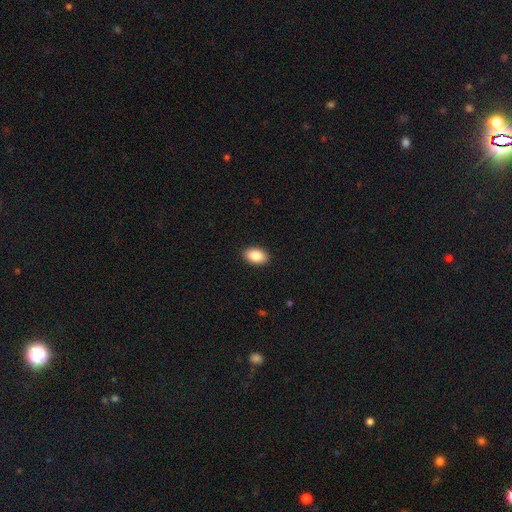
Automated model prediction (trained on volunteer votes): This appears to be a smooth galaxy with no disk features (87%) that is in between round and cigar-shaped (91%). Merging: none (91%).